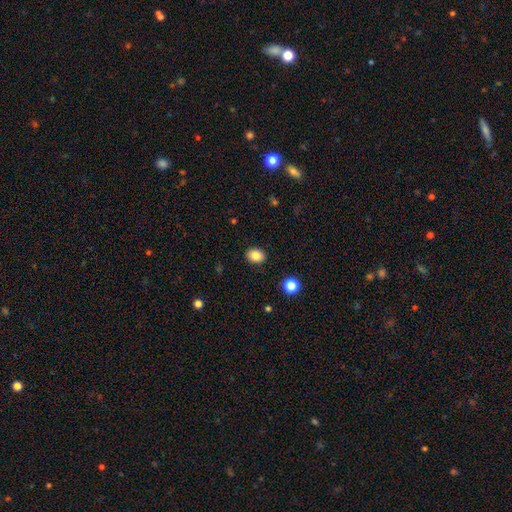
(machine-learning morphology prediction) A smooth galaxy with no disk features (85%) that is in between round and cigar-shaped (59%). Merging: none (89%).